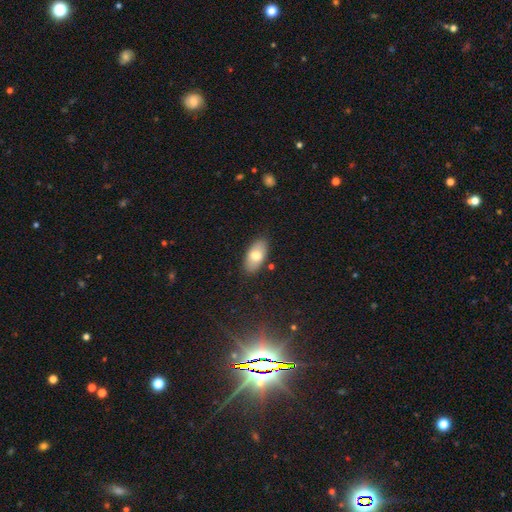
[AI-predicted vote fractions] smooth_or_featured: smooth (p=0.73) [alt: featured or disk p=0.20]
how_rounded: in between (p=0.92) [alt: cigar-shaped p=0.05]
merging: none (p=0.86) [alt: minor disturbance p=0.10]